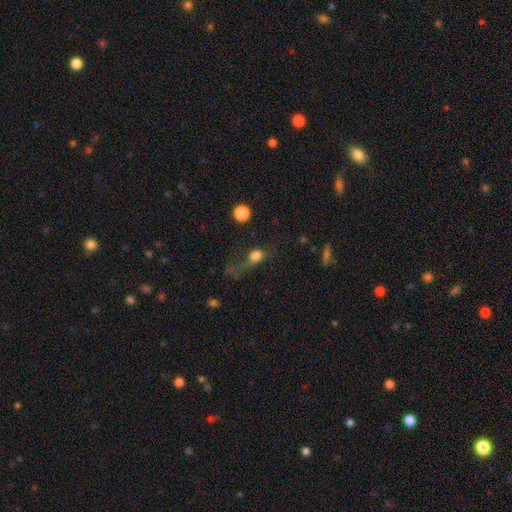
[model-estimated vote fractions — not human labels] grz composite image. It shows a smooth galaxy with no disk features (74%) that is round (54%). Merging: major disturbance (47%).